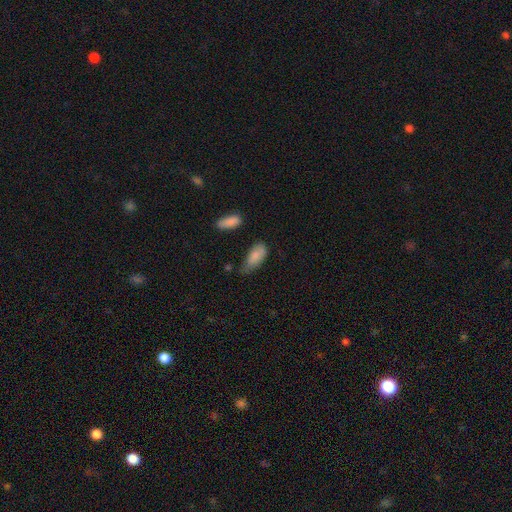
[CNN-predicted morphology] smooth-or-featured: smooth: 82% | featured or disk: 11% | star or artifact: 7%
  how-rounded: in between: 89% | cigar-shaped: 8% | round: 3%
  merging: minor disturbance: 45% | none: 38% | major disturbance: 13% | merger: 4%